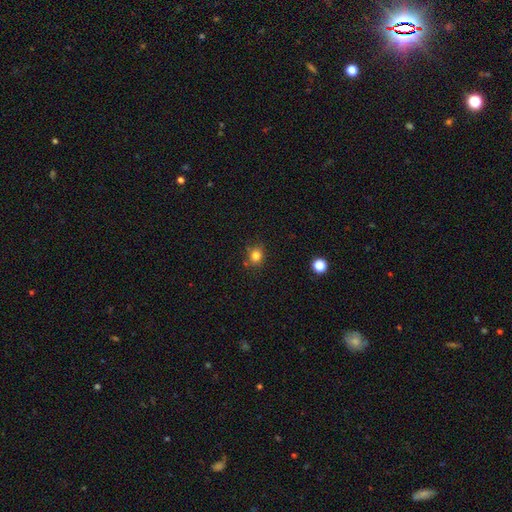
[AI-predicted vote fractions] The model was most divided on "how rounded": round: 71%, in between: 28%, cigar-shaped: 1%. More confident: smooth or featured — smooth (81%); merging — none (78%).